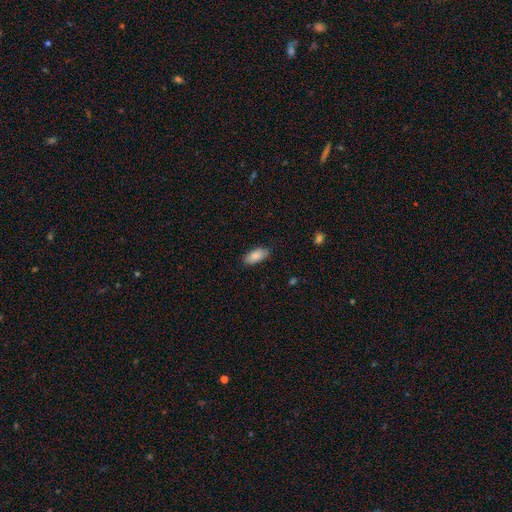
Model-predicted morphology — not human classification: This is clearly a smooth galaxy (86%). How rounded: clearly in between (89%). Merging: clearly none (84%).